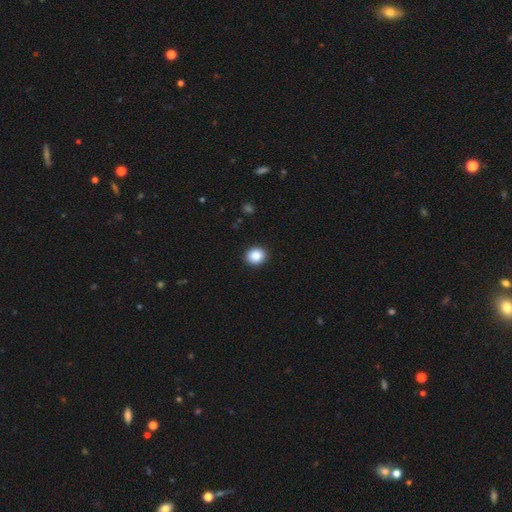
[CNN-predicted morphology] Overall: smooth (87%). How rounded: round (73%). Merging: none (92%).